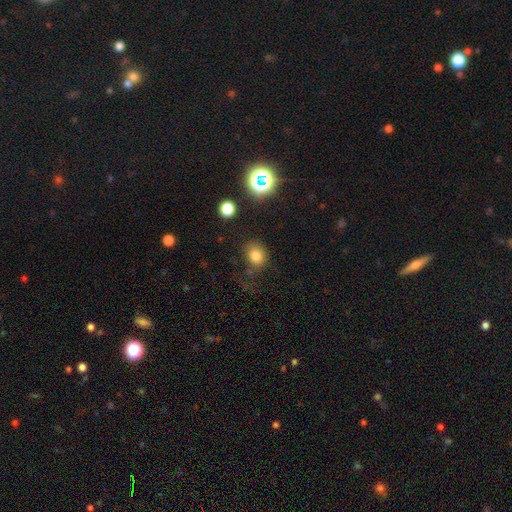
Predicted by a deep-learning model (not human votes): This appears to be a smooth galaxy with no disk features (77%) that is round (56%). Merging: none (65%).